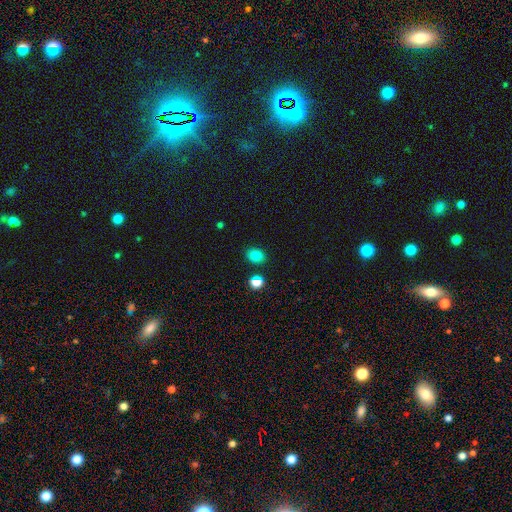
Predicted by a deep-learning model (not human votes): Smooth or featured? smooth (82%)
How rounded? in between (57%)
Merging? none (86%)